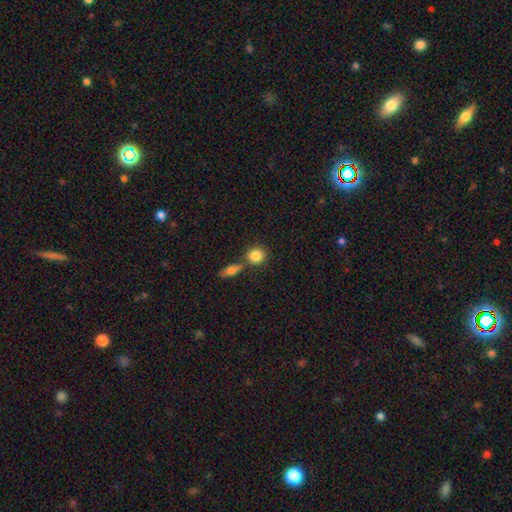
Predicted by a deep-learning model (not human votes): This appears to be a smooth galaxy with no disk features (84%) that is round (83%). Merging: none (65%).